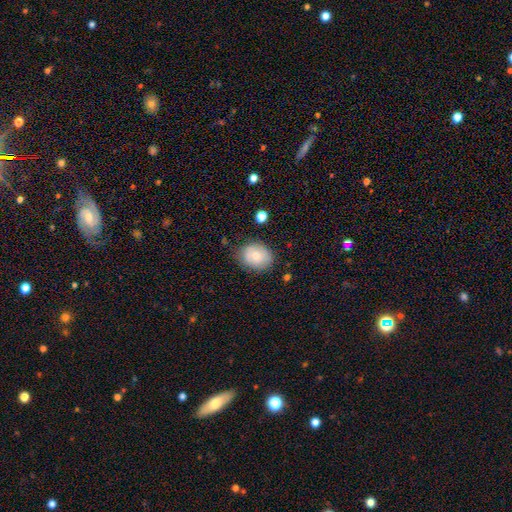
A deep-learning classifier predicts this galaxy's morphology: smooth_or_featured: smooth (p=0.72) [alt: featured or disk p=0.20]
how_rounded: round (p=0.52) [alt: in between p=0.47]
merging: none (p=0.75) [alt: minor disturbance p=0.18]